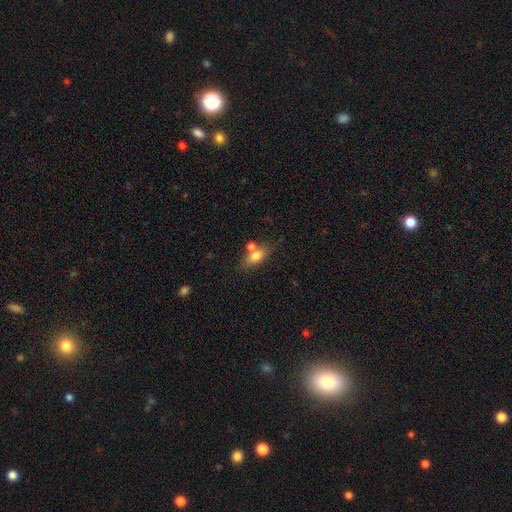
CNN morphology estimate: Q: Smooth or featured?
A: smooth (75%); runner-up: featured or disk (16%)
Q: How rounded?
A: in between (80%); runner-up: cigar-shaped (10%)
Q: Merging?
A: none (54%); runner-up: merger (26%)